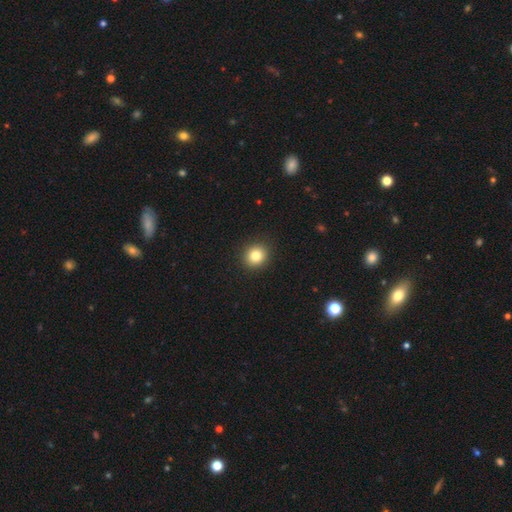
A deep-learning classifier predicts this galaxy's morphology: This is clearly a smooth galaxy (82%). How rounded: clearly round (86%). Merging: clearly none (92%).